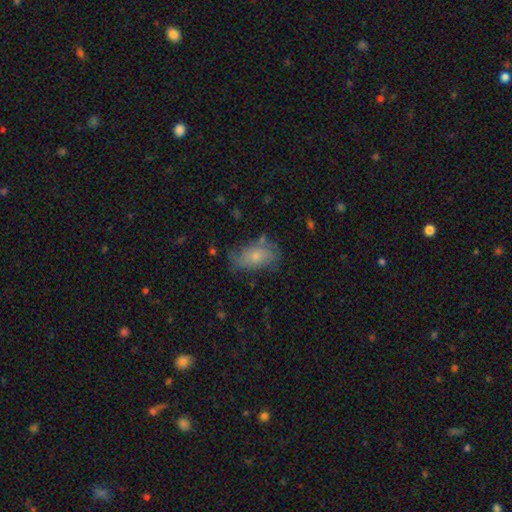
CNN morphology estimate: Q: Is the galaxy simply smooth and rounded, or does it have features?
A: smooth — 59%.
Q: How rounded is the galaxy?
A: in between — 88%.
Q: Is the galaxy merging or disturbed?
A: none — 54%.